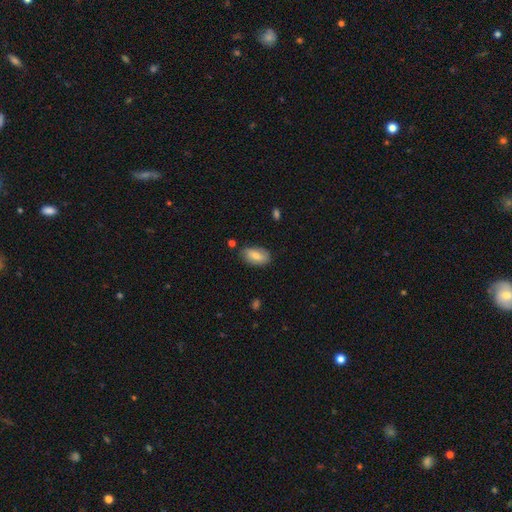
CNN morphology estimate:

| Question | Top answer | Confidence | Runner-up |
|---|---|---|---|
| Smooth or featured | smooth | 73% | featured or disk (19%) |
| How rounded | in between | 92% | round (5%) |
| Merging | none | 74% | minor disturbance (20%) |